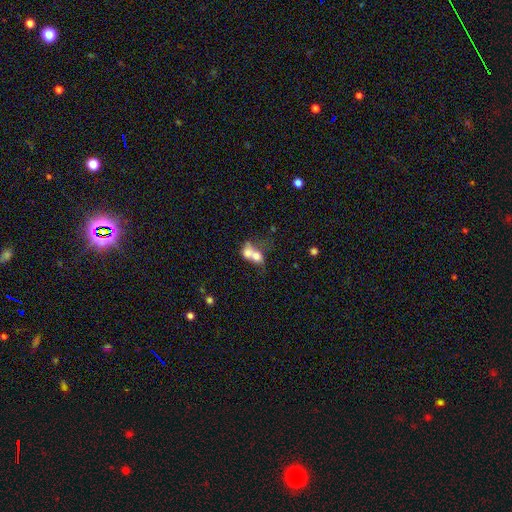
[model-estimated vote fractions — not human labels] This appears to be a smooth galaxy with no disk features (63%) that is in between round and cigar-shaped (54%). Merging: merger (76%).